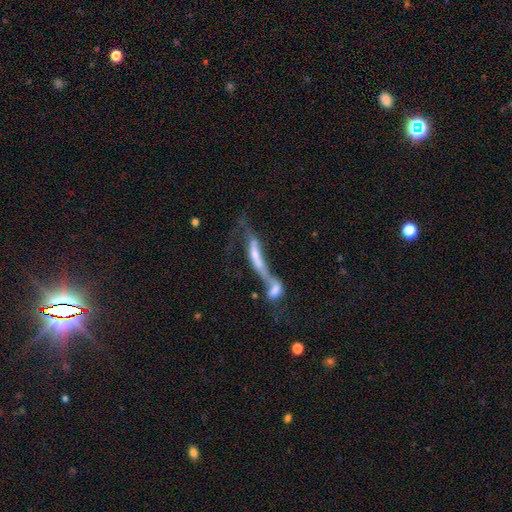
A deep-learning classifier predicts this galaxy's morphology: type=featured or disk (60%); edge-on=no (62%); merging=merger (70%).